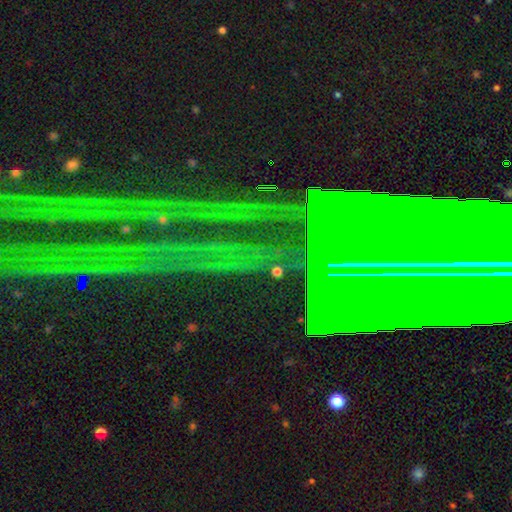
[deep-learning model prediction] Overall: star or artifact (81%).